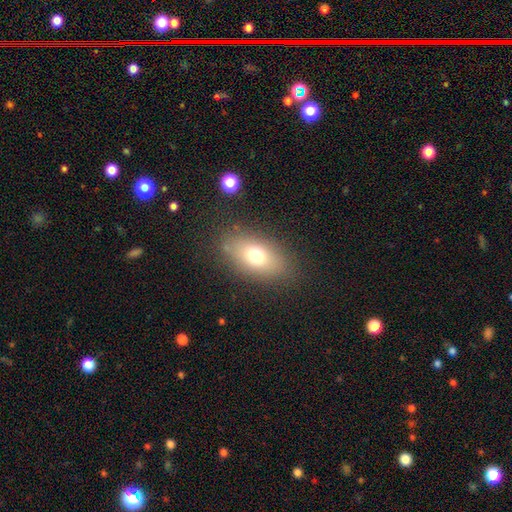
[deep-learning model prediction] This appears to be a smooth galaxy with no disk features (72%) that is in between round and cigar-shaped (85%). Merging: none (81%).